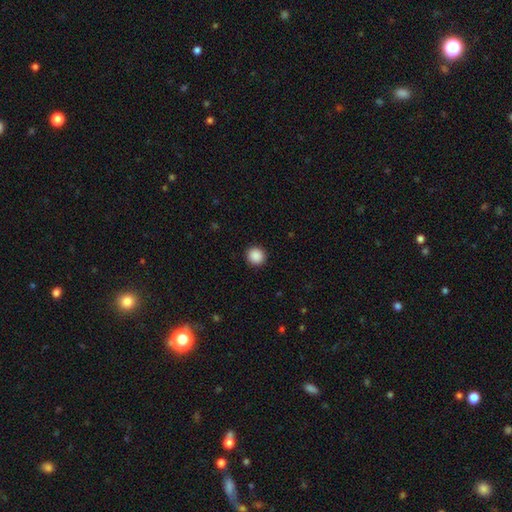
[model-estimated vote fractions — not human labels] A smooth galaxy with no disk features (89%) that is round (93%). Merging: none (92%).